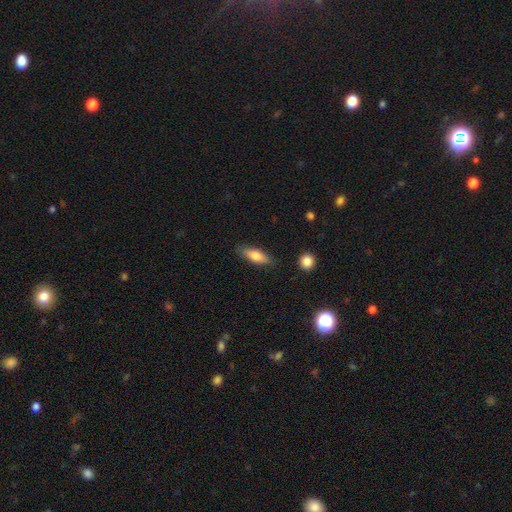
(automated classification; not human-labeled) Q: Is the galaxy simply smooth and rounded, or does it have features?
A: smooth — 76%.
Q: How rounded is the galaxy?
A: in between — 63%.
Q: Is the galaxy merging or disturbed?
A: none — 82%.